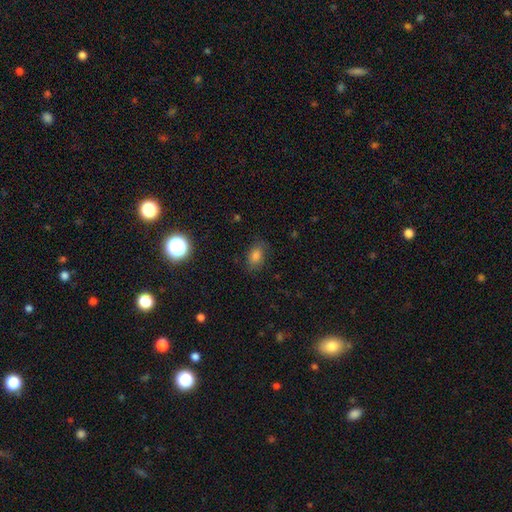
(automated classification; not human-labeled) A smooth galaxy with no disk features (79%) that is in between round and cigar-shaped (83%).

Vote fractions:
- Smooth or featured? smooth: 79% / star or artifact: 13% / featured or disk: 8%
- How rounded? in between: 83% / round: 15% / cigar-shaped: 2%
- Merging? none: 76% / minor disturbance: 17% / major disturbance: 5% / merger: 1%